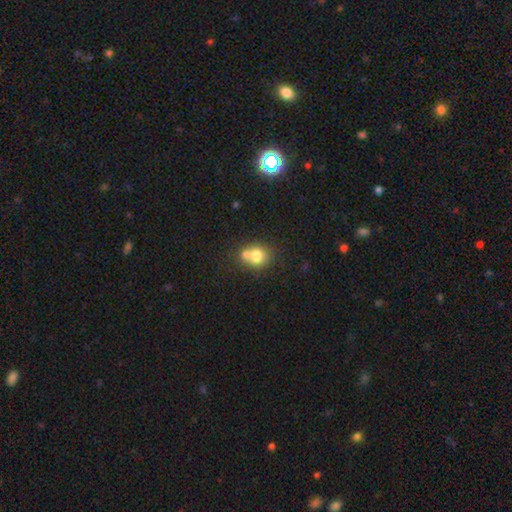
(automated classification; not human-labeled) Q: Smooth or featured?
A: smooth (75%); runner-up: featured or disk (14%)
Q: How rounded?
A: round (73%); runner-up: in between (26%)
Q: Merging?
A: merger (45%); runner-up: none (42%)